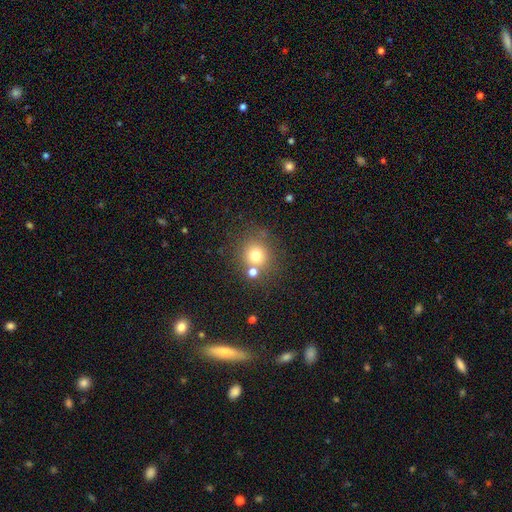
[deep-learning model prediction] Smooth or featured? smooth (74%)
How rounded? round (89%)
Merging? none (70%)